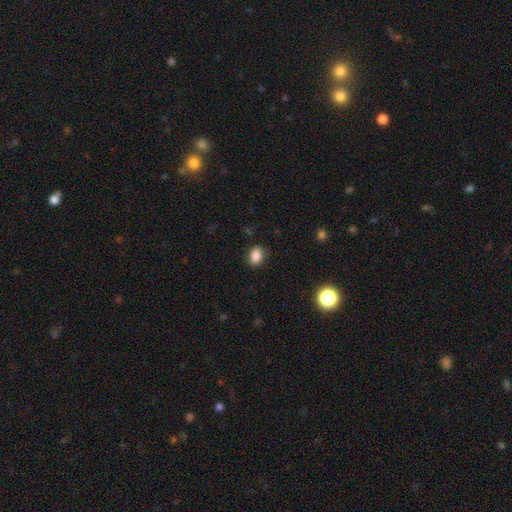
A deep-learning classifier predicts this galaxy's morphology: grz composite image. It shows a smooth galaxy with no disk features (86%) that is in between round and cigar-shaped (74%). Merging: none (84%).